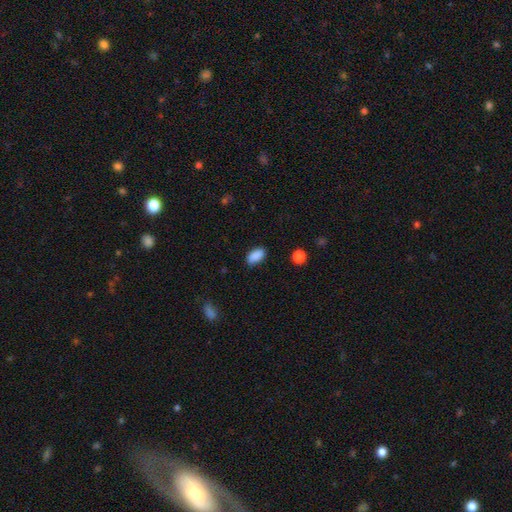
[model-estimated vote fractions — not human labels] A smooth galaxy with no disk features (89%) that is in between round and cigar-shaped (92%).

Vote fractions:
- Smooth or featured? smooth: 89% / star or artifact: 8% / featured or disk: 3%
- How rounded? in between: 92% / round: 4% / cigar-shaped: 4%
- Merging? none: 85% / minor disturbance: 11% / major disturbance: 3% / merger: 1%